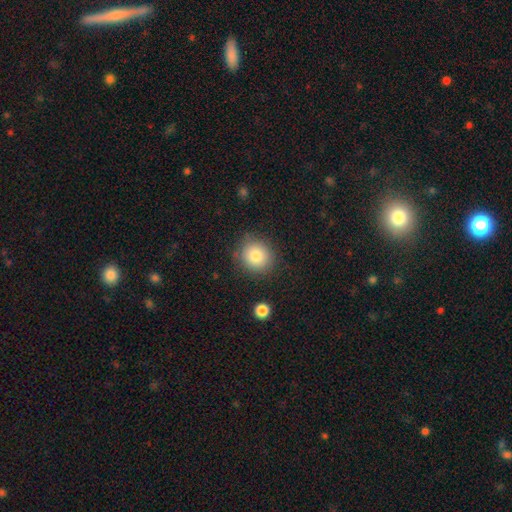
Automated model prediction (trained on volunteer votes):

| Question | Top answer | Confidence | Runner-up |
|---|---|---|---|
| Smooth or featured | smooth | 82% | star or artifact (10%) |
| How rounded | round | 82% | in between (17%) |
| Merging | none | 82% | minor disturbance (12%) |